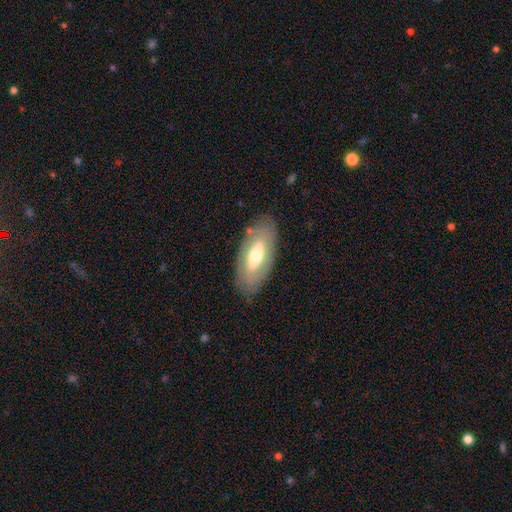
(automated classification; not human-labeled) featured or disk 47% (tied), smooth 47% (tied), star or artifact 6%. Down the decision tree: merging — none (81%).